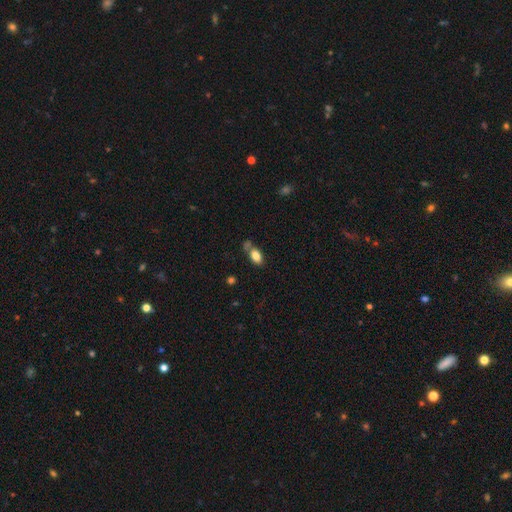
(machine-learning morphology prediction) smooth-or-featured: smooth: 81% | featured or disk: 11% | star or artifact: 8%
  how-rounded: in between: 89% | round: 6% | cigar-shaped: 5%
  merging: none: 57% | merger: 19% | minor disturbance: 18% | major disturbance: 6%